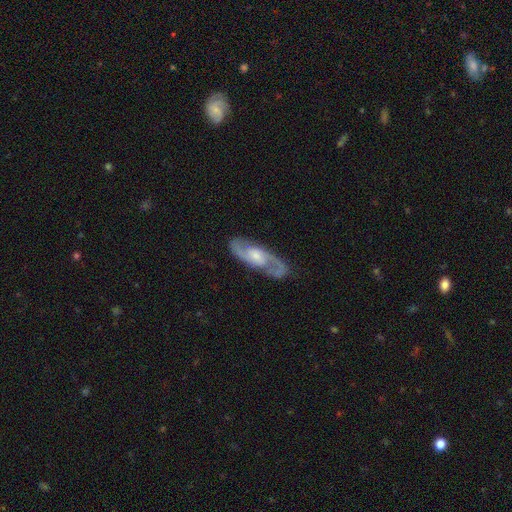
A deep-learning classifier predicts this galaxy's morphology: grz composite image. It shows a featured or disk galaxy (88%) with no bar (48%), 2 (92%) medium (58%) spiral arms (97%) and a moderate central bulge (45%). Merging: none (84%).